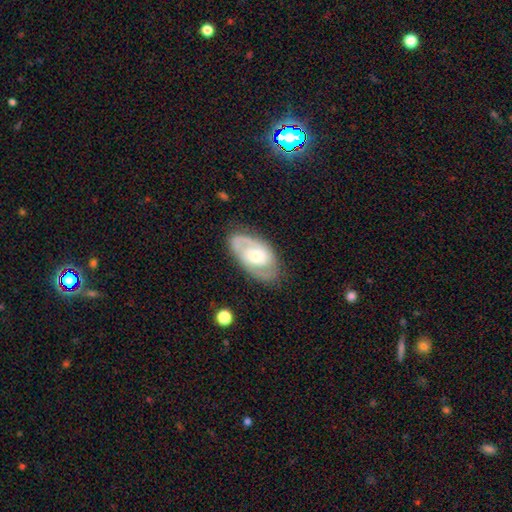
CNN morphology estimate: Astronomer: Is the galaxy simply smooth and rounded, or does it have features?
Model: featured or disk — 77%.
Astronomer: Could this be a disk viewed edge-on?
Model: no — 95%.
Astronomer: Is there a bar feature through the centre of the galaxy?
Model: no — 60%.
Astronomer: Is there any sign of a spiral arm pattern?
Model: yes — 86%.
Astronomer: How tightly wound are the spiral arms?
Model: tight — 48% (runner-up: medium, 40%).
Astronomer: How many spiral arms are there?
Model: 2 — 73%.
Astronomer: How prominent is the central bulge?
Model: moderate — 55% (runner-up: small, 31%).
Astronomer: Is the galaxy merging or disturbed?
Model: none — 79%.